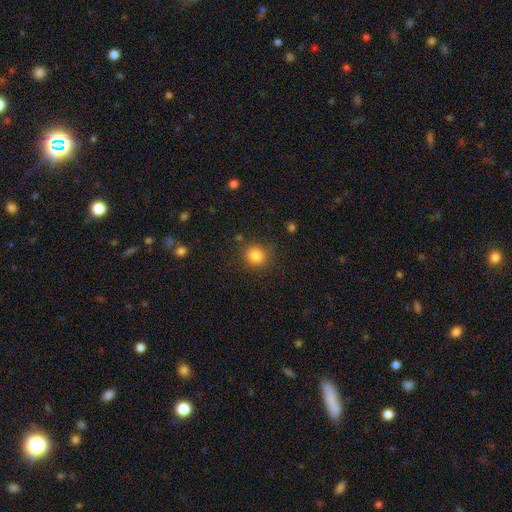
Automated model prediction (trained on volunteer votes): This is clearly a smooth galaxy (83%). How rounded: clearly round (86%). Merging: clearly none (83%).